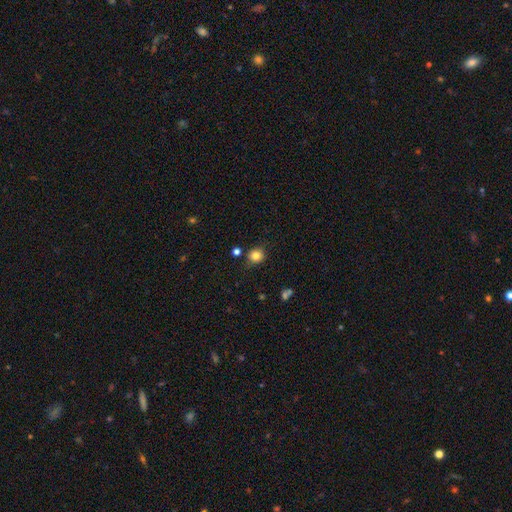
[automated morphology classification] Q: Smooth or featured?
A: smooth (82%); runner-up: star or artifact (12%)
Q: How rounded?
A: round (84%); runner-up: in between (15%)
Q: Merging?
A: none (82%); runner-up: minor disturbance (12%)